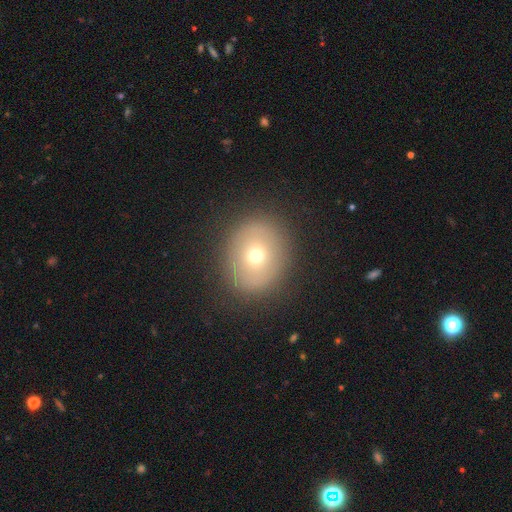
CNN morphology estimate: Smooth or featured: smooth — 63% (featured or disk — 24%)
How rounded: round — 71% (in between — 28%)
Merging: none — 87% (minor disturbance — 8%)